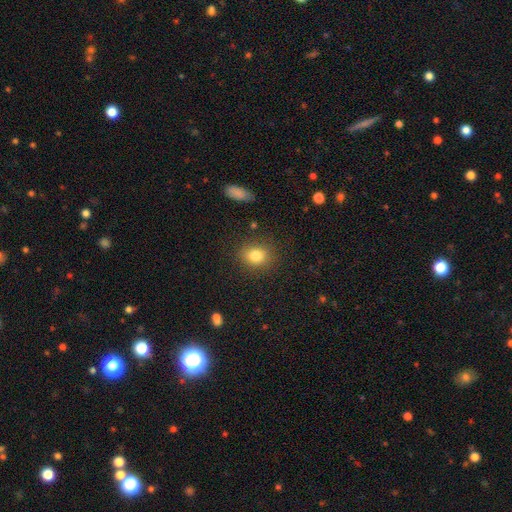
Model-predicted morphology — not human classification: smooth-or-featured: smooth: 81% | star or artifact: 11% | featured or disk: 8%
  how-rounded: round: 62% | in between: 37% | cigar-shaped: 1%
  merging: none: 85% | minor disturbance: 10% | major disturbance: 3% | merger: 2%